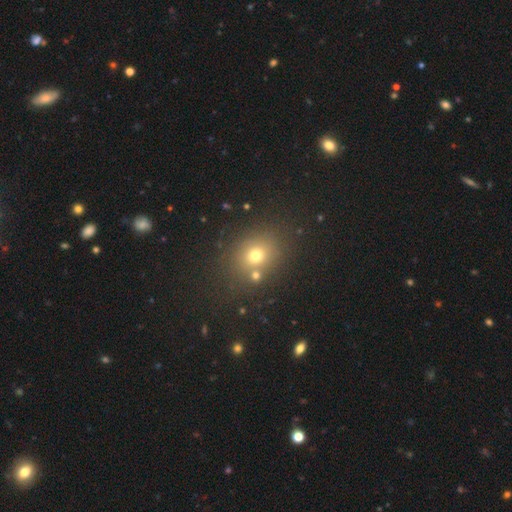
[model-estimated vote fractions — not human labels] Q: Smooth or featured?
A: smooth (69%); runner-up: star or artifact (20%)
Q: How rounded?
A: round (63%); runner-up: in between (36%)
Q: Merging?
A: none (74%); runner-up: merger (11%)